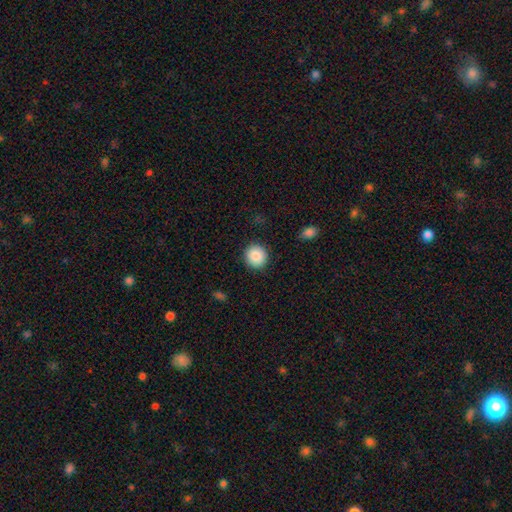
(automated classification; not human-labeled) Morphology: type=smooth (87%); roundness=round (91%); merging=none (90%).